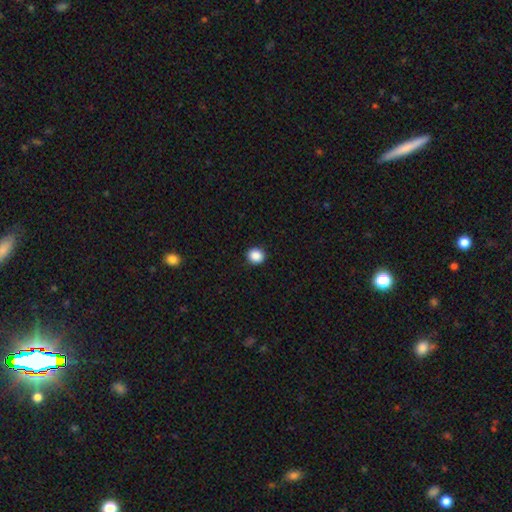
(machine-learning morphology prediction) Smooth or featured? smooth (88%)
How rounded? round (89%)
Merging? none (92%)